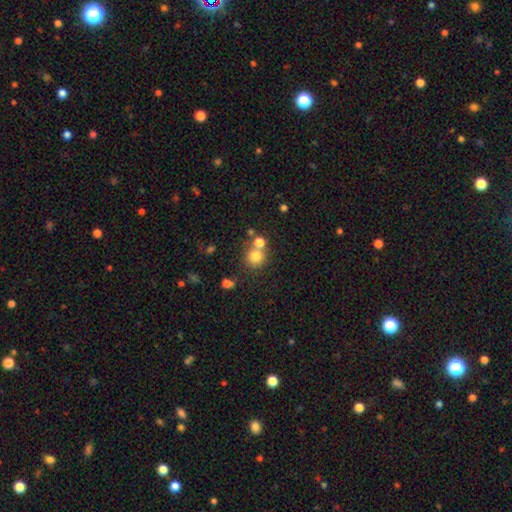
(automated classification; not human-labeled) A smooth galaxy with no disk features (78%) that is round (89%). Merging: none (62%).